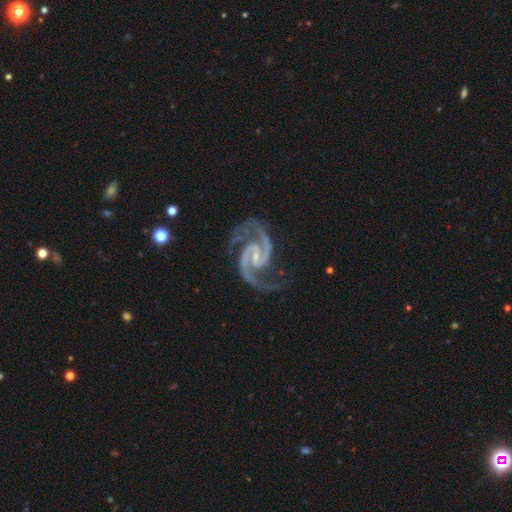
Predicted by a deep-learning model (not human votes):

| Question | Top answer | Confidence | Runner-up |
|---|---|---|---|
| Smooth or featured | featured or disk | 95% | star or artifact (4%) |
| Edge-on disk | no | 98% | yes (2%) |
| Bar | weak | 47% | no (28%) |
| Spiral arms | yes | 99% | no (1%) |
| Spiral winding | medium | 67% | tight (22%) |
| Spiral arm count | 2 | 94% | 3 (2%) |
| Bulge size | small | 70% | none (15%) |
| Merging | none | 75% | minor disturbance (16%) |